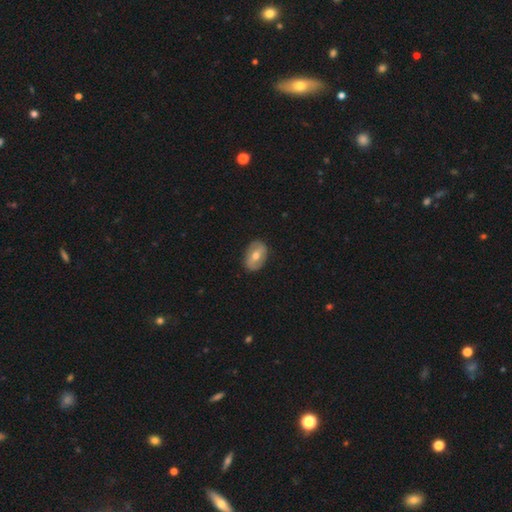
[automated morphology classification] The model was most divided on "smooth or featured": smooth: 53%, featured or disk: 41%, star or artifact: 7%. More confident: merging — none (87%); how rounded — in between (83%).